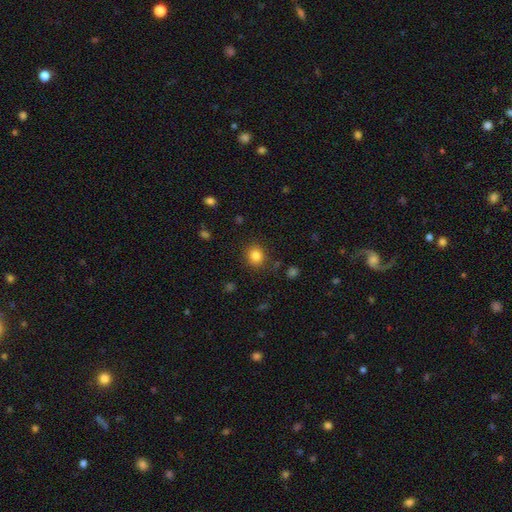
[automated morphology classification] Overall: smooth (83%). How rounded: round (79%). Merging: none (86%).